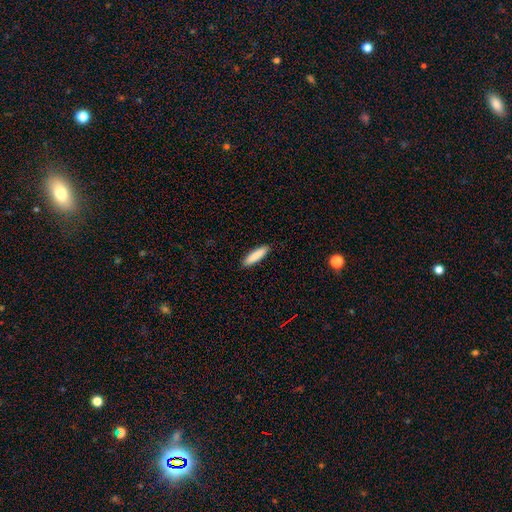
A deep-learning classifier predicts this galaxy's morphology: Smooth or featured?
  - smooth: 88% *
  - featured or disk: 6%
  - star or artifact: 6%
How rounded?
  - cigar-shaped: 75% *
  - in between: 24%
  - round: 1%
Merging?
  - none: 91% *
  - minor disturbance: 7%
  - major disturbance: 2%
  - merger: 1%